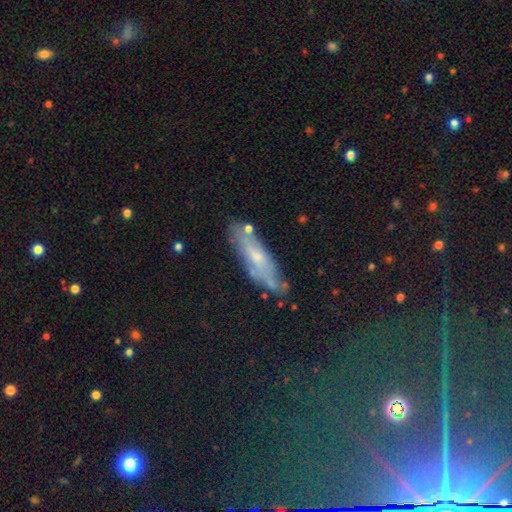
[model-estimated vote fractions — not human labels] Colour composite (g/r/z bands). It shows a smooth galaxy with no disk features (46%). Merging: none (68%).